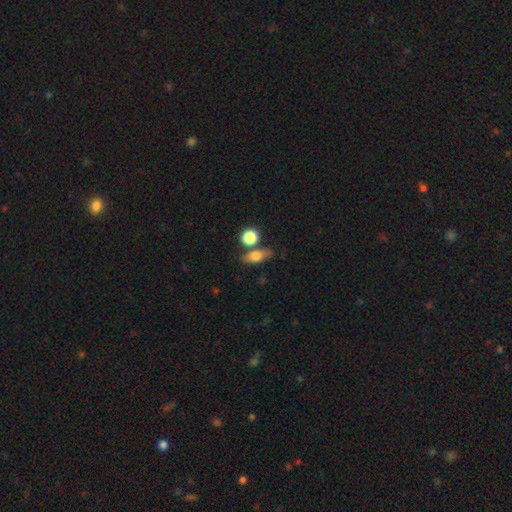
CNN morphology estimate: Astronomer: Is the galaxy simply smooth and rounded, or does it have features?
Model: smooth — 68%.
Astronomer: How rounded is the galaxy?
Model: in between — 63%.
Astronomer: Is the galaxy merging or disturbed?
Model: none — 69%.